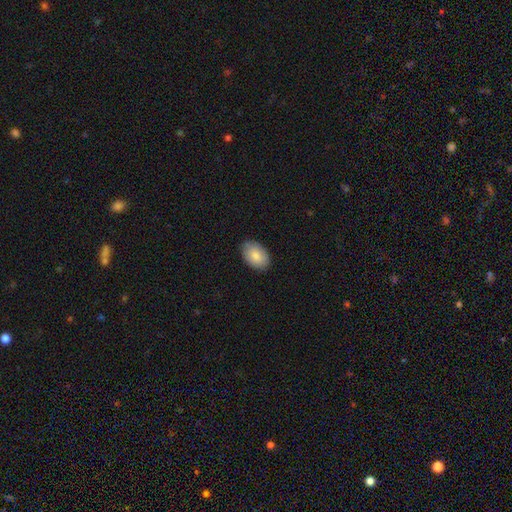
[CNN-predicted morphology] Smooth or featured: smooth — 84% (featured or disk — 10%)
How rounded: in between — 89% (round — 10%)
Merging: none — 85% (minor disturbance — 12%)